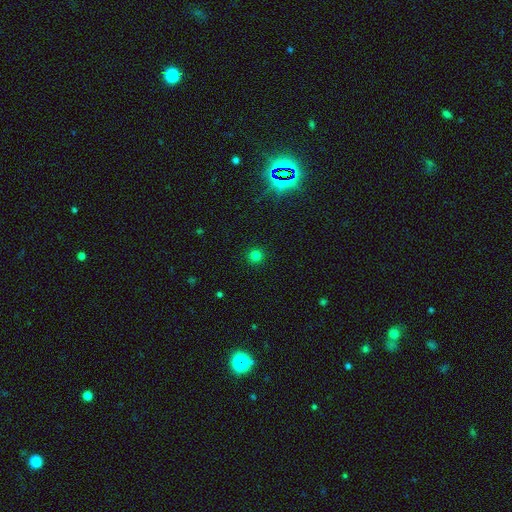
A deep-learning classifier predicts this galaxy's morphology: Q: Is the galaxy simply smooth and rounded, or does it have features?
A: smooth — 79%.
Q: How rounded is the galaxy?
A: round — 96%.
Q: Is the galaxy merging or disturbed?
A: none — 93%.